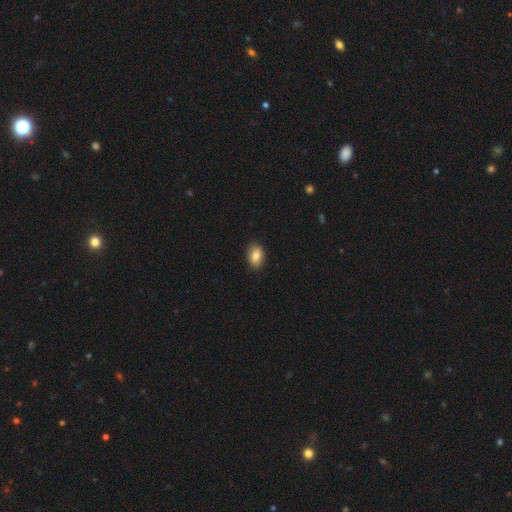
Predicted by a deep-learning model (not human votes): Smooth or featured? smooth (83%)
How rounded? in between (82%)
Merging? none (86%)